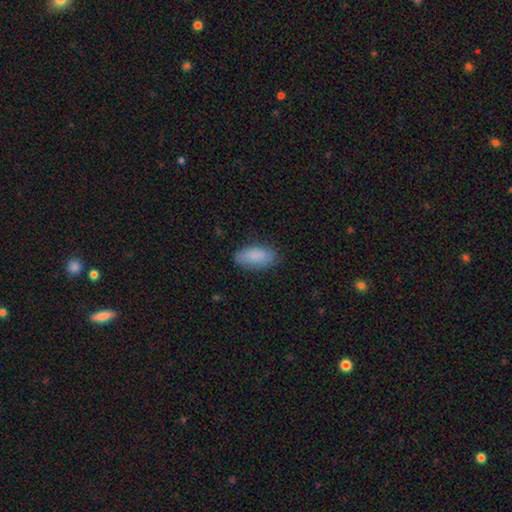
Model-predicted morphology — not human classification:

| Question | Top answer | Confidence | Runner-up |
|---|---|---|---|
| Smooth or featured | smooth | 86% | featured or disk (8%) |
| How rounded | in between | 91% | cigar-shaped (7%) |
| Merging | none | 78% | minor disturbance (17%) |